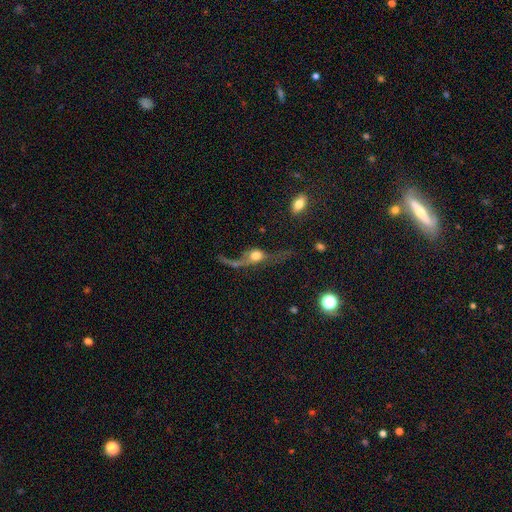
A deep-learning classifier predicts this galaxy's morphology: Smooth or featured? featured or disk (58%)
Edge-on disk? no (61%)
Merging? major disturbance (44%)